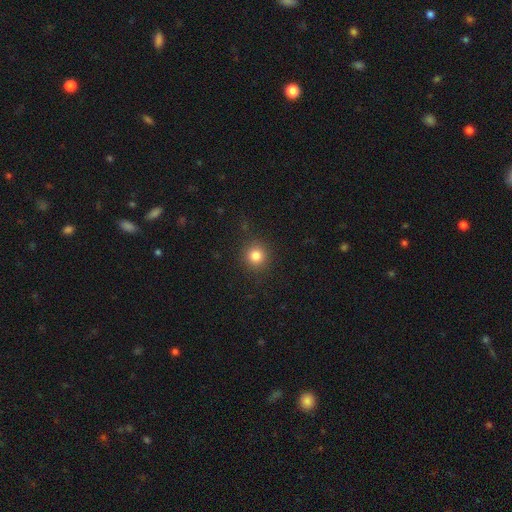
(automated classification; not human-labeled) Smooth or featured?
  - smooth: 82% *
  - star or artifact: 12%
  - featured or disk: 6%
How rounded?
  - round: 93% *
  - in between: 6%
  - cigar-shaped: 1%
Merging?
  - none: 89% *
  - minor disturbance: 7%
  - major disturbance: 3%
  - merger: 1%